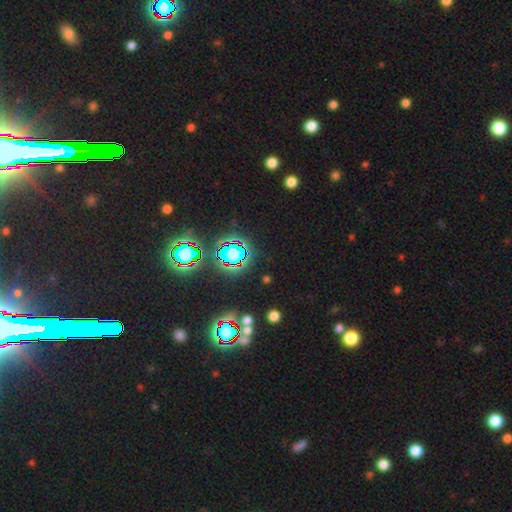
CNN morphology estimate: The model was most divided on "smooth or featured": star or artifact: 80%, smooth: 12%, featured or disk: 8%.